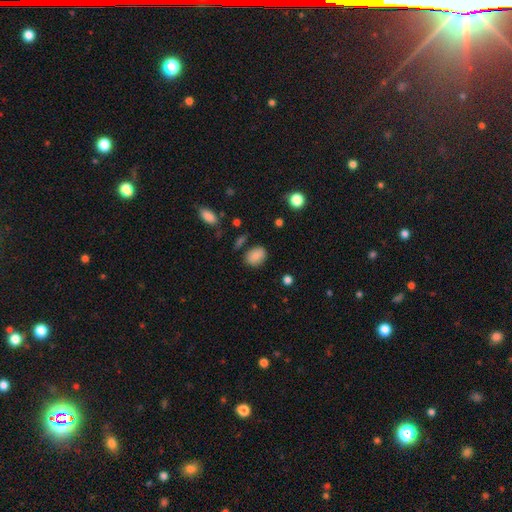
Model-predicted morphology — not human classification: Smooth or featured: smooth — 85% (star or artifact — 9%)
How rounded: in between — 69% (round — 30%)
Merging: none — 78% (minor disturbance — 15%)